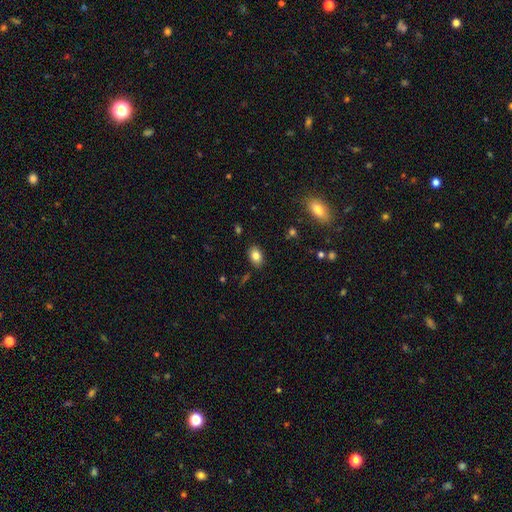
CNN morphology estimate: Overall: smooth (82%). How rounded: in between (84%). Merging: none (86%).